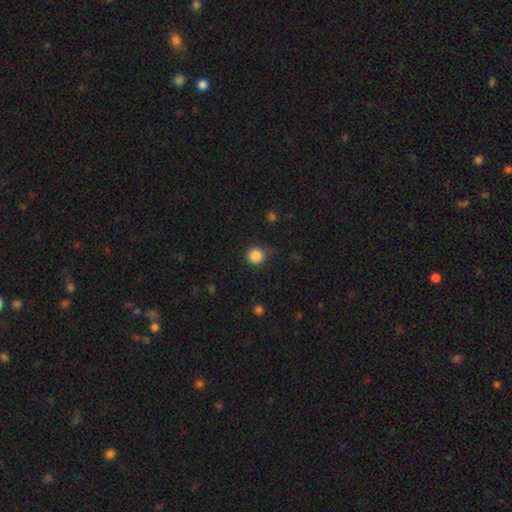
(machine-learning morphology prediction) Smooth or featured? Predicted: smooth (p=0.85). How rounded? Predicted: round (p=0.93). Merging? Predicted: none (p=0.79).